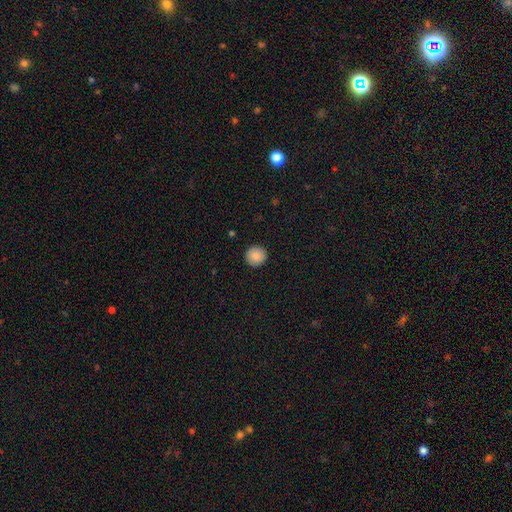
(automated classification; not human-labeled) Q: Smooth or featured?
A: smooth (89%); runner-up: star or artifact (8%)
Q: How rounded?
A: round (94%); runner-up: in between (5%)
Q: Merging?
A: none (92%); runner-up: minor disturbance (5%)